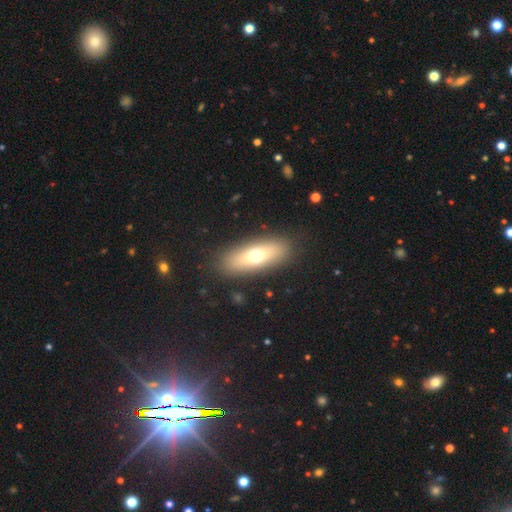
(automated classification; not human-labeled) Morphology: type=smooth (65%); roundness=in between (66%); merging=none (87%).